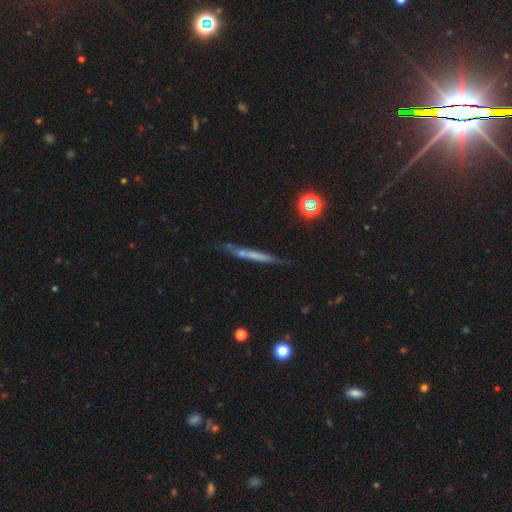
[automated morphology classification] type=featured or disk (45%); merging=none (71%).